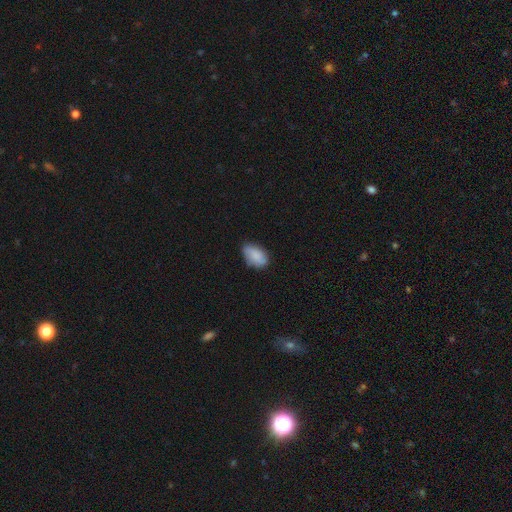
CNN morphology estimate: Q: Smooth or featured?
A: smooth (78%); runner-up: featured or disk (15%)
Q: How rounded?
A: in between (90%); runner-up: round (9%)
Q: Merging?
A: none (72%); runner-up: minor disturbance (23%)